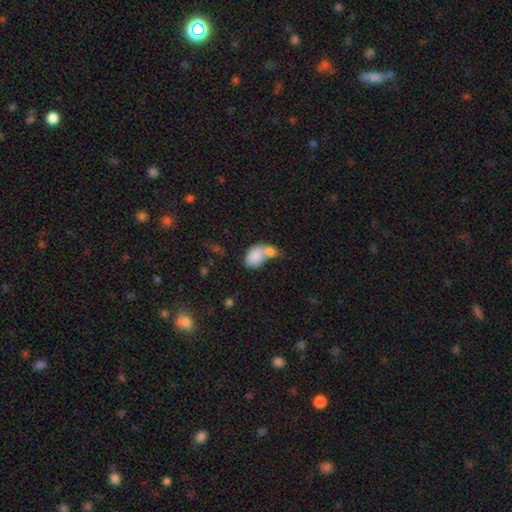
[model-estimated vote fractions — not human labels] Smooth or featured: smooth — 82% (featured or disk — 11%)
How rounded: in between — 80% (round — 19%)
Merging: merger — 67% (none — 18%)